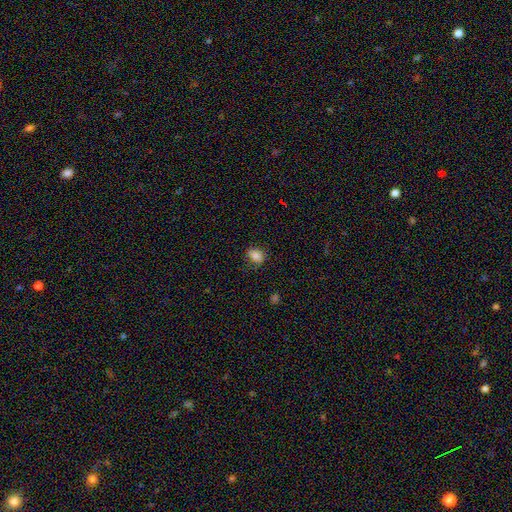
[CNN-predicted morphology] smooth_or_featured: smooth (p=0.83) [alt: star or artifact p=0.10]
how_rounded: in between (p=0.62) [alt: round p=0.37]
merging: none (p=0.77) [alt: minor disturbance p=0.17]